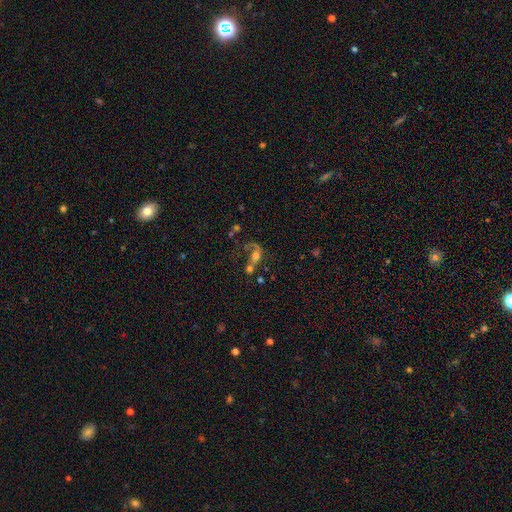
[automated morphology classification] smooth-or-featured: smooth: 43% | featured or disk: 42% | star or artifact: 15%
  merging: merger: 45% | major disturbance: 27% | none: 18% | minor disturbance: 10%